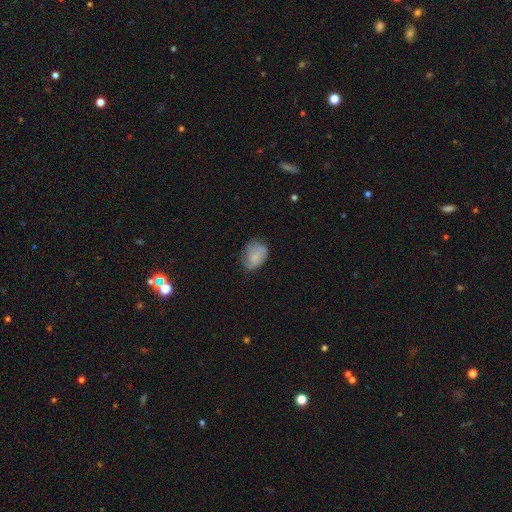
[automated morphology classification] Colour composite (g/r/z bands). It shows a smooth galaxy with no disk features (65%) that is in between round and cigar-shaped (73%). Merging: none (54%).